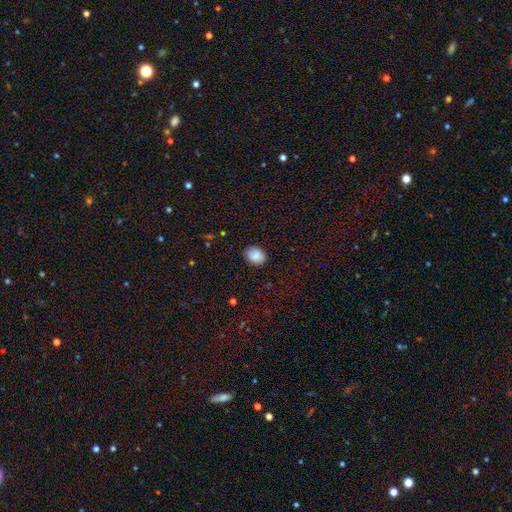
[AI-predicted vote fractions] smooth-or-featured: smooth: 85% | star or artifact: 9% | featured or disk: 7%
  how-rounded: in between: 50% | round: 49% | cigar-shaped: 1%
  merging: none: 86% | minor disturbance: 10% | major disturbance: 2% | merger: 1%